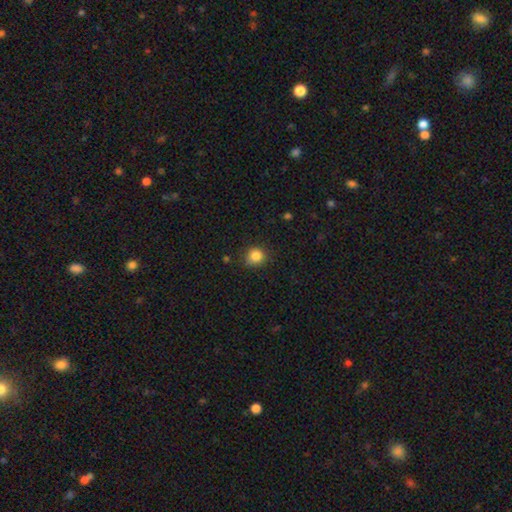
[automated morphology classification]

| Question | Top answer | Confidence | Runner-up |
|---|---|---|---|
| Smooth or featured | smooth | 85% | star or artifact (11%) |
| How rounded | round | 88% | in between (11%) |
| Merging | none | 81% | minor disturbance (15%) |